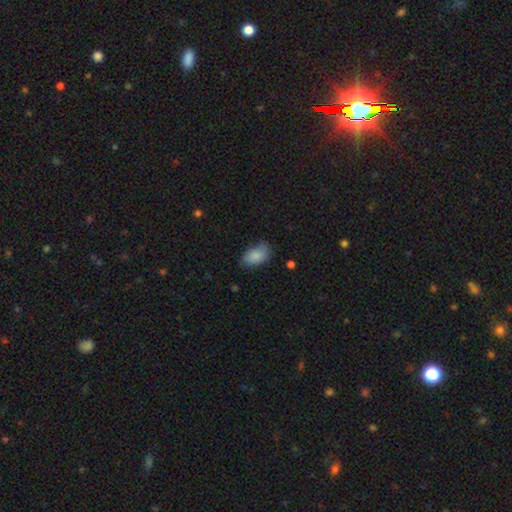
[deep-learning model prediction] Overall: smooth (85%). How rounded: in between (93%). Merging: none (68%).